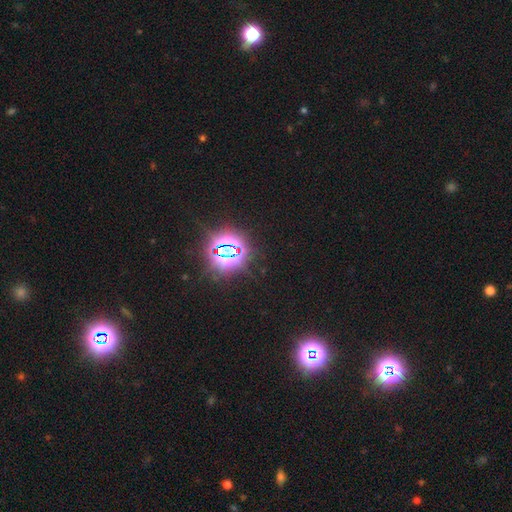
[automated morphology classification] smooth-or-featured: star or artifact: 76% | smooth: 19% | featured or disk: 6%